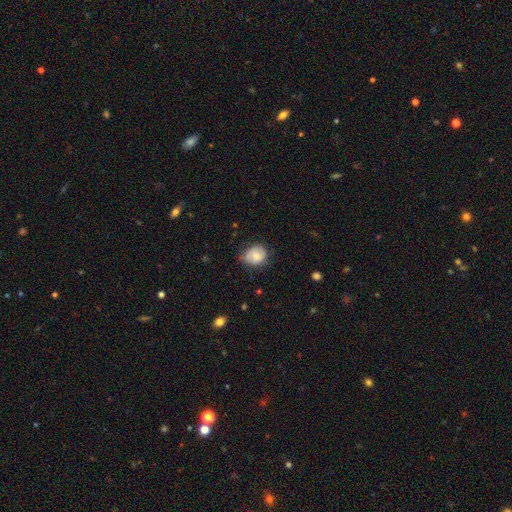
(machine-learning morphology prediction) smooth 70%, featured or disk 22%, star or artifact 8%. Down the decision tree: how rounded — round (55%); merging — none (59%).